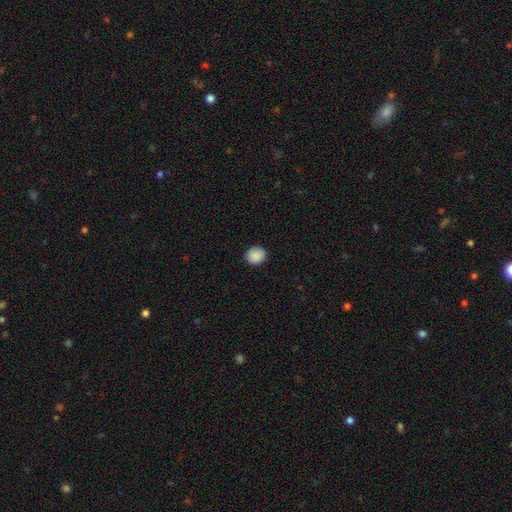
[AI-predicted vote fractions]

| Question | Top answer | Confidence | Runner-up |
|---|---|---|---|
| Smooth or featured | smooth | 89% | star or artifact (8%) |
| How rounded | round | 78% | in between (22%) |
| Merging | none | 90% | minor disturbance (7%) |